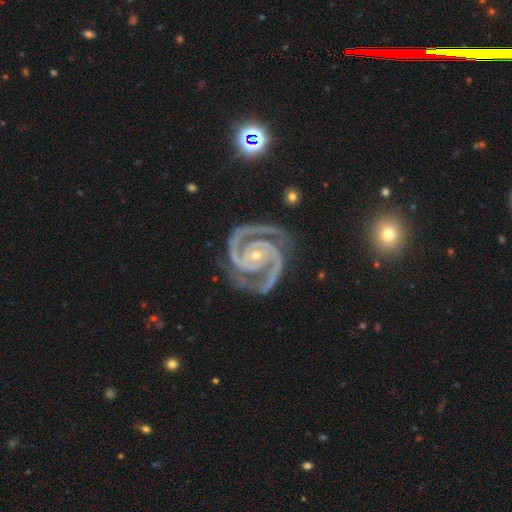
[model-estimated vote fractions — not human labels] featured or disk 94%, star or artifact 4%, smooth 2%. Down the decision tree: edge-on disk — no (98%); bar — no (58%); spiral arms — yes (99%); spiral arm count — 2 (90%); spiral winding — tight (61%); bulge size — small (72%); merging — none (78%).